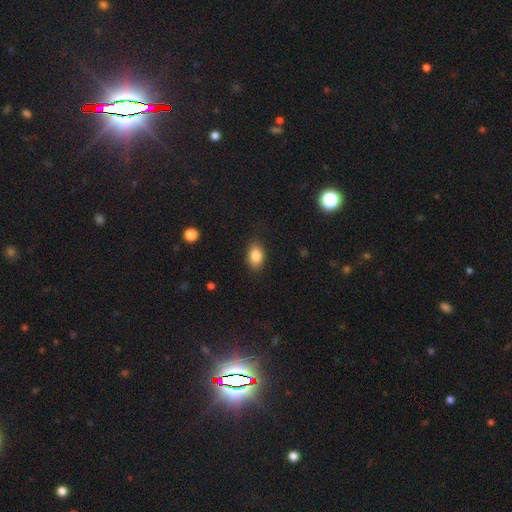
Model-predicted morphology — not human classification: This is clearly a smooth galaxy (86%). How rounded: clearly in between (86%). Merging: clearly none (86%).